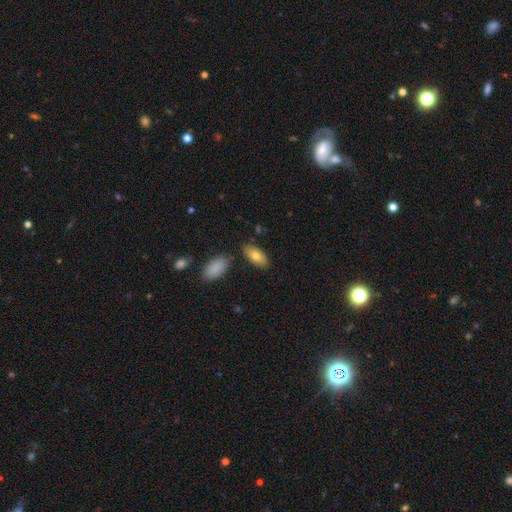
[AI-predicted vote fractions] Smooth or featured? Predicted: smooth (p=0.79). How rounded? Predicted: in between (p=0.91). Merging? Predicted: none (p=0.81).